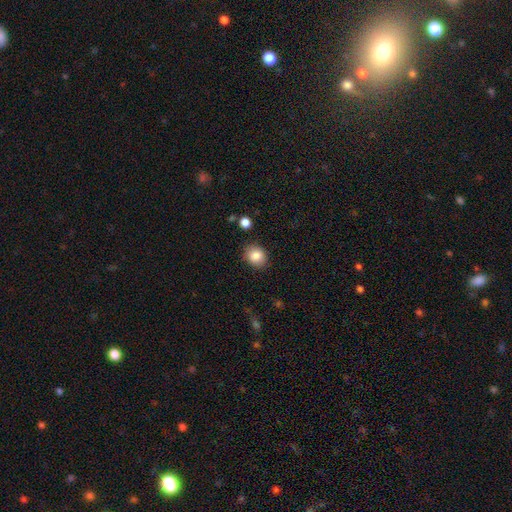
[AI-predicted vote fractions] smooth-or-featured: smooth: 85% | star or artifact: 9% | featured or disk: 6%
  how-rounded: round: 67% | in between: 32% | cigar-shaped: 1%
  merging: none: 85% | minor disturbance: 10% | major disturbance: 3% | merger: 2%